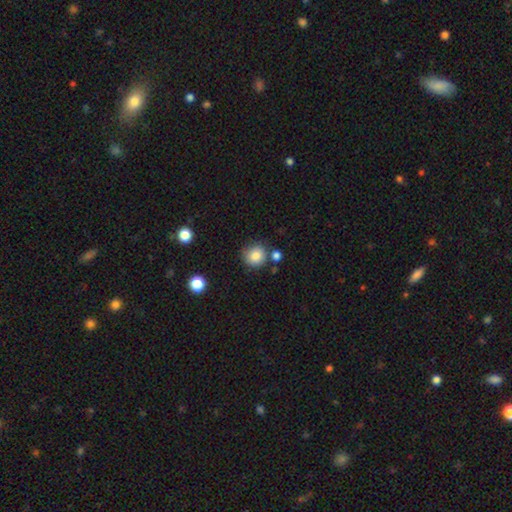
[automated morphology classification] Smooth or featured? Predicted: smooth (p=0.85). How rounded? Predicted: round (p=0.88). Merging? Predicted: none (p=0.75).